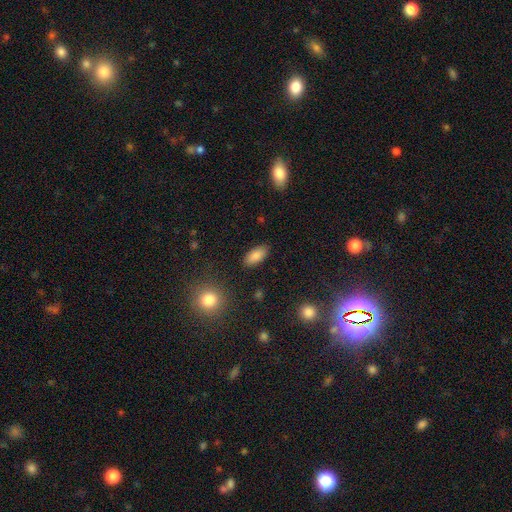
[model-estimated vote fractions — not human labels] Smooth or featured?
  - smooth: 86% *
  - star or artifact: 8%
  - featured or disk: 6%
How rounded?
  - in between: 92% *
  - cigar-shaped: 5%
  - round: 3%
Merging?
  - none: 88% *
  - minor disturbance: 9%
  - major disturbance: 2%
  - merger: 1%